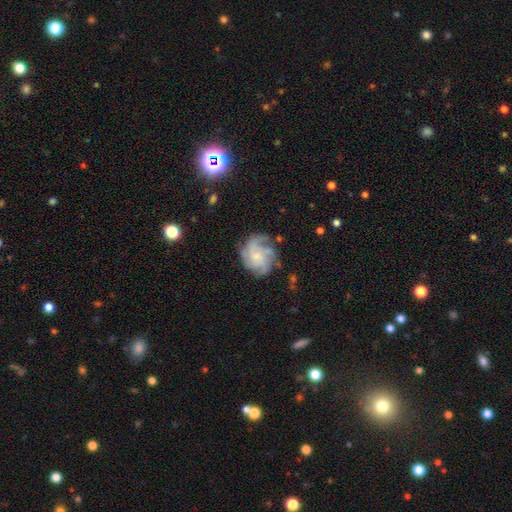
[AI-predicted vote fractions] Smooth or featured? featured or disk (76%)
Edge-on disk? no (98%)
Bar? no (75%)
Spiral arms? yes (94%)
Spiral winding? tight (46%)
Spiral arm count? 4 (30%)
Bulge size? small (64%)
Merging? none (67%)